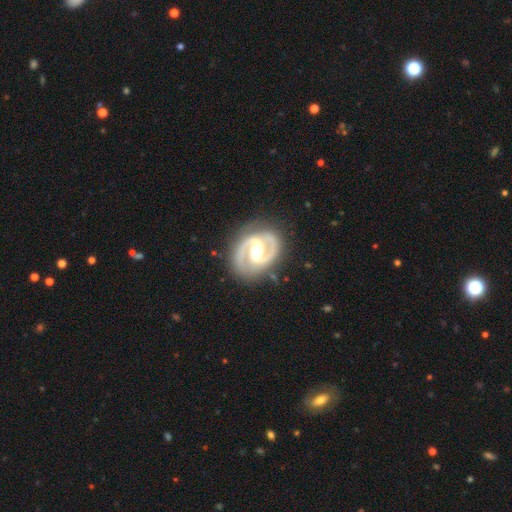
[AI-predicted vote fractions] Morphology: type=featured or disk (93%); edge-on=no (98%); bar=strong (56%); spiral arms=yes (98%); winding=medium (60%); arm count=2 (94%); bulge=moderate (62%); merging=none (83%).